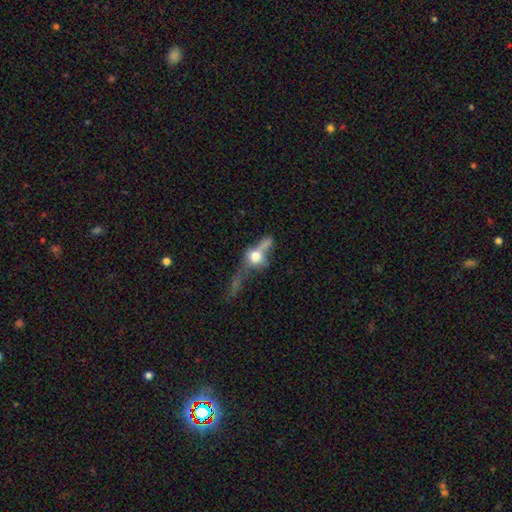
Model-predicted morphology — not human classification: This appears to be a smooth galaxy with no disk features (52%) that is in between round and cigar-shaped (44%). Merging: merger (34%).